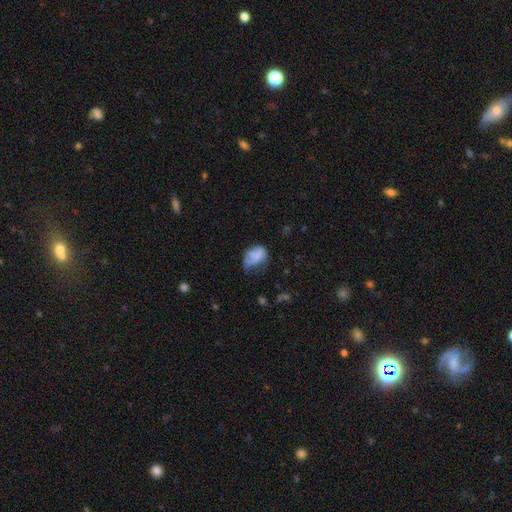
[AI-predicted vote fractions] Overall: smooth (66%). How rounded: in between (78%). Merging: minor disturbance (36%; major disturbance 30%).